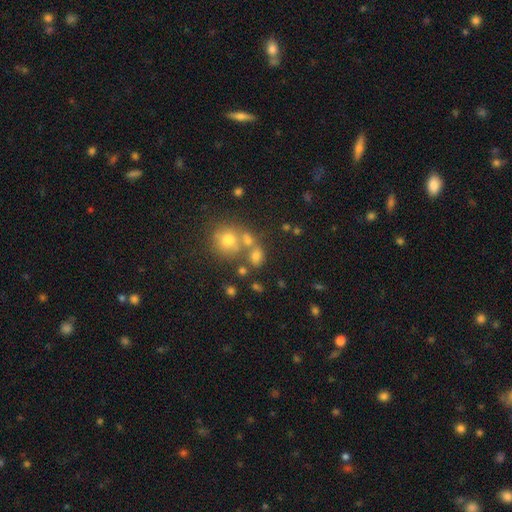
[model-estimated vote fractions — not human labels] smooth 69%, star or artifact 18%, featured or disk 13%. Down the decision tree: how rounded — round (50%); merging — none (49%).